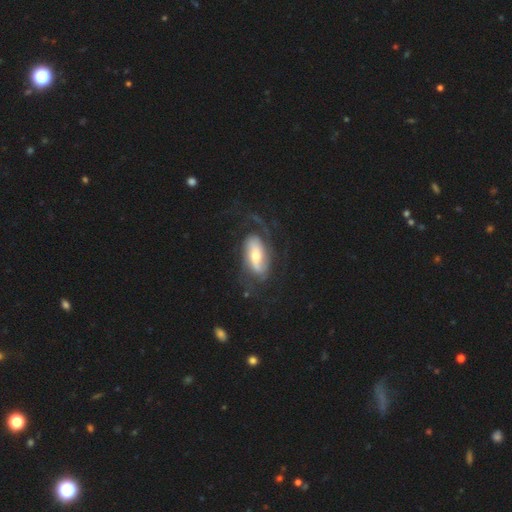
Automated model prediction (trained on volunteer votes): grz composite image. It shows a featured or disk galaxy (74%) with no bar (41%), 2 (62%) medium (38%) spiral arms (88%) and a moderate central bulge (53%). Merging: none (54%).